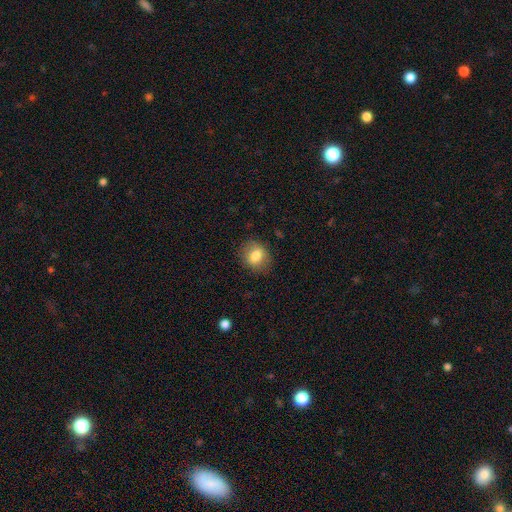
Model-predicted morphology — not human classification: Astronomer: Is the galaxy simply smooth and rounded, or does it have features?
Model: smooth — 78%.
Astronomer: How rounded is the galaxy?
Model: round — 61% (runner-up: in between, 38%).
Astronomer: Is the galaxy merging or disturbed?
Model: none — 82%.